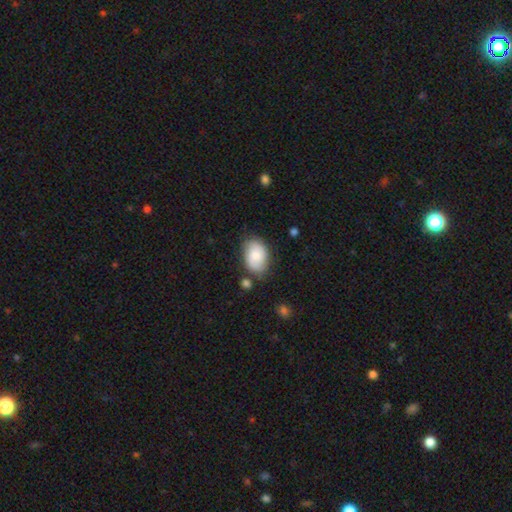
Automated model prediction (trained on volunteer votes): Q: Smooth or featured?
A: smooth (71%); runner-up: featured or disk (22%)
Q: How rounded?
A: in between (84%); runner-up: round (14%)
Q: Merging?
A: none (71%); runner-up: minor disturbance (20%)